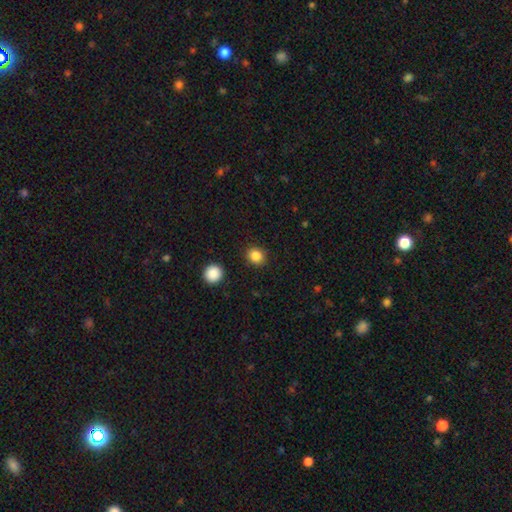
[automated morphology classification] A smooth galaxy with no disk features (85%) that is round (76%). Merging: none (90%).